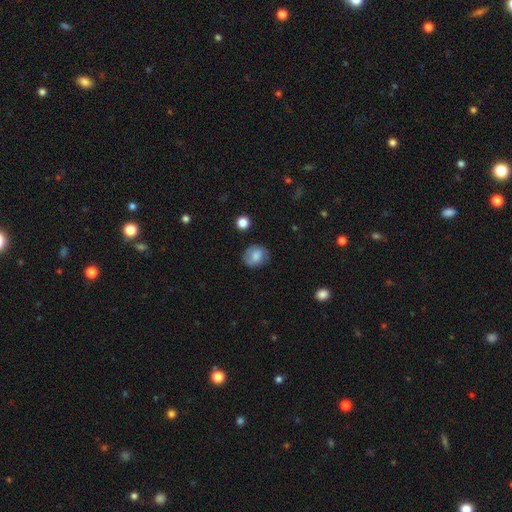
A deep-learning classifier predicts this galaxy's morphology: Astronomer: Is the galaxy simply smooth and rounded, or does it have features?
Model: smooth — 75%.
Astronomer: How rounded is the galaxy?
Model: round — 69%.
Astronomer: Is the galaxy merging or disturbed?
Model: none — 73%.